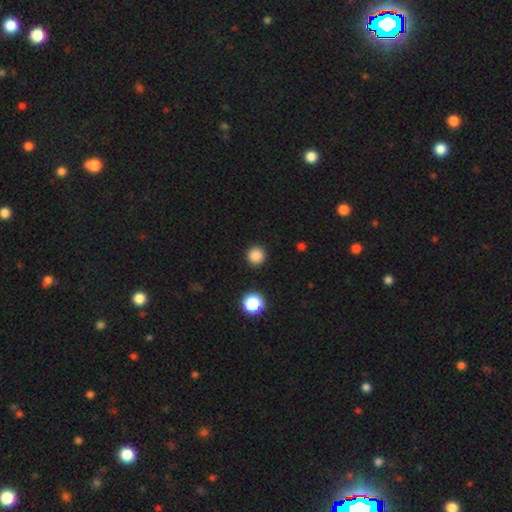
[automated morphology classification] smooth 85%, star or artifact 12%, featured or disk 3%. Down the decision tree: how rounded — round (95%); merging — none (91%).